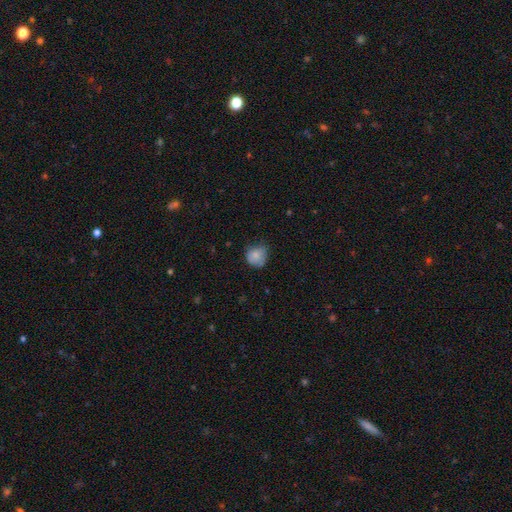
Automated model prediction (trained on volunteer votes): A smooth galaxy with no disk features (80%) that is round (76%).

Vote fractions:
- Smooth or featured? smooth: 80% / featured or disk: 11% / star or artifact: 9%
- How rounded? round: 76% / in between: 23% / cigar-shaped: 1%
- Merging? none: 54% / minor disturbance: 35% / major disturbance: 9% / merger: 2%